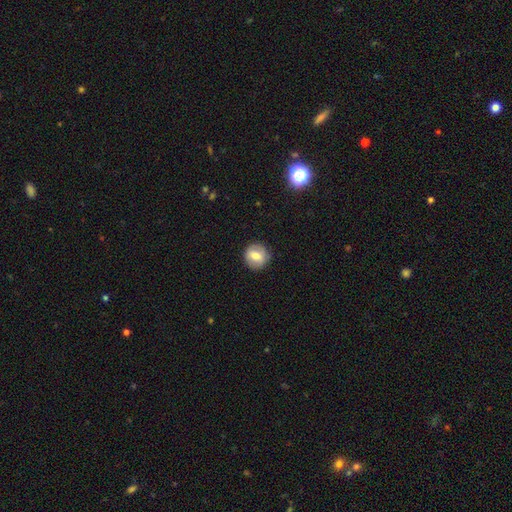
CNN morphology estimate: The model was most divided on "smooth or featured": smooth: 66%, featured or disk: 26%, star or artifact: 8%. More confident: how rounded — round (90%); merging — none (88%).